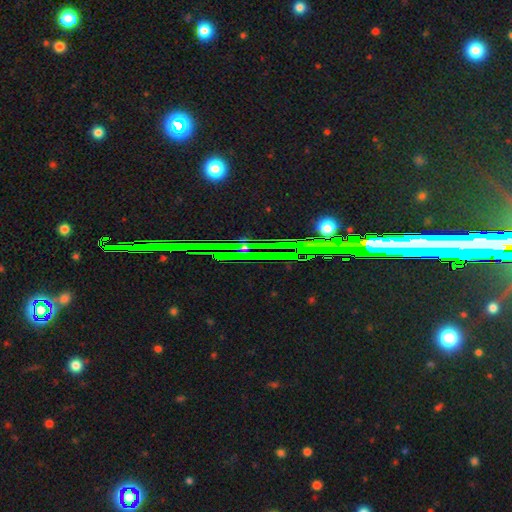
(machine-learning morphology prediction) Overall: star or artifact (79%).